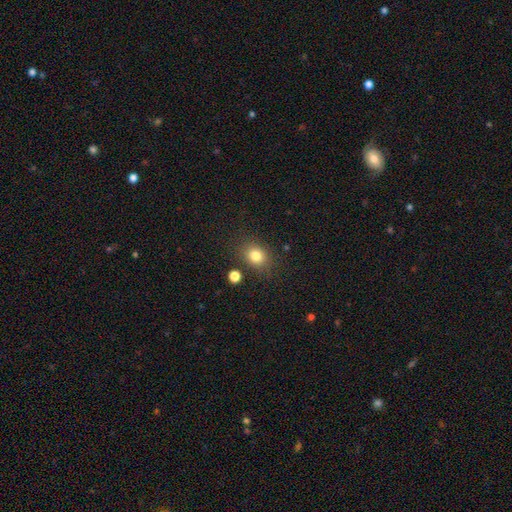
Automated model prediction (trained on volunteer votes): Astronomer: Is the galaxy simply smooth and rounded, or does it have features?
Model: smooth — 81%.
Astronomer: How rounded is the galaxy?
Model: round — 52% (runner-up: in between, 47%).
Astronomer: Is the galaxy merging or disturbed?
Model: none — 79%.